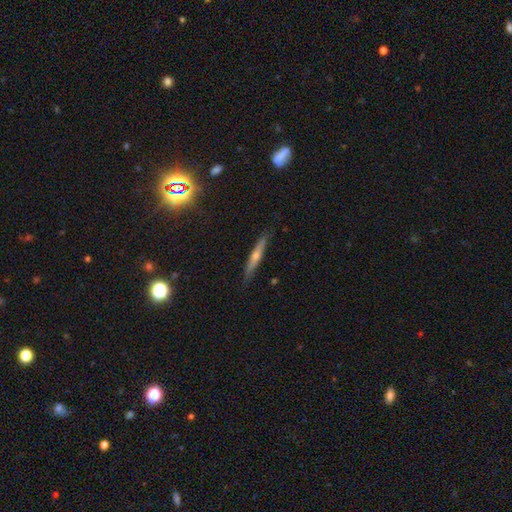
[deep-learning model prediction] featured or disk 59%, smooth 26%, star or artifact 15%. Down the decision tree: edge-on disk — yes (95%); edge-on bulge — rounded (82%); merging — none (88%).